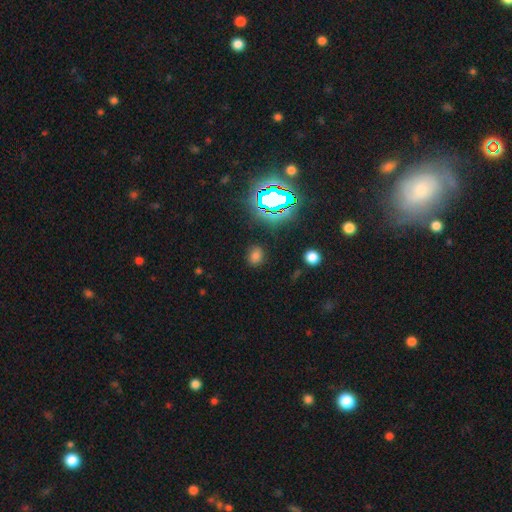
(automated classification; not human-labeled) The model was most divided on "how rounded": round: 52%, in between: 47%, cigar-shaped: 2%. More confident: merging — none (85%); smooth or featured — smooth (66%).